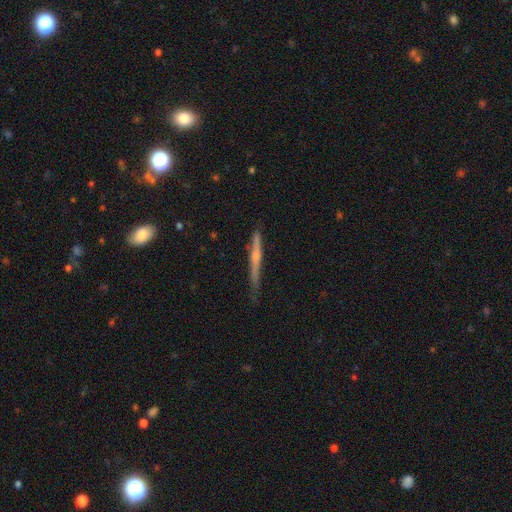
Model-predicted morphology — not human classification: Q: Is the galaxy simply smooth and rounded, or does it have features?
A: featured or disk — 57%.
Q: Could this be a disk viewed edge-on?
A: yes — 96%.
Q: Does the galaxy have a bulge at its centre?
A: rounded — 48%.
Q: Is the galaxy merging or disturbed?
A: none — 74%.